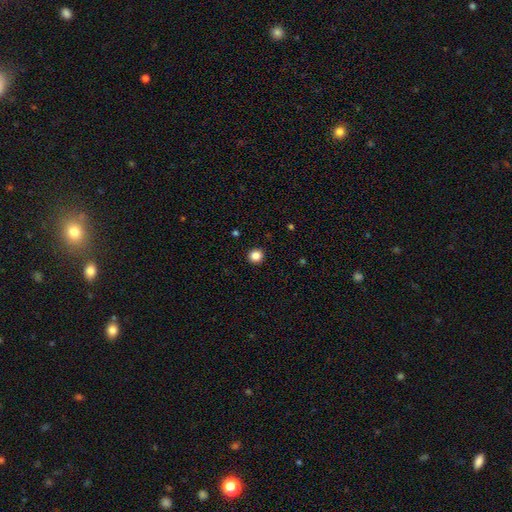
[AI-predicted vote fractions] Morphology: type=smooth (85%); roundness=round (92%); merging=none (93%).